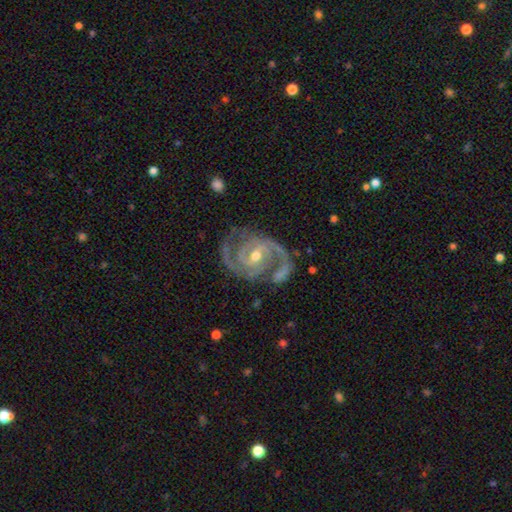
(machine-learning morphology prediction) smooth-or-featured: featured or disk: 92% | star or artifact: 4% | smooth: 4%
  disk-edge-on: no: 98% | yes: 2%
    bar: weak: 47% | no: 29% | strong: 24%
    has-spiral-arms: yes: 98% | no: 2%
      spiral-winding: medium: 50% | tight: 39% | loose: 11%
      spiral-arm-count: 2: 78% | 3: 10% | can't tell: 5% | 1: 3% | 4: 2% | more than 4: 2%
    bulge-size: moderate: 61% | small: 35% | large: 2% | none: 1% | dominant: 1%
  merging: none: 67% | minor disturbance: 19% | major disturbance: 10% | merger: 5%